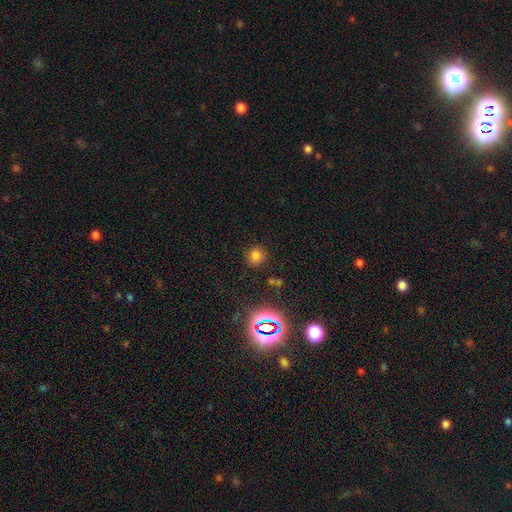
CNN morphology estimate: The model was most divided on "smooth or featured": smooth: 73%, star or artifact: 21%, featured or disk: 6%. More confident: how rounded — round (89%); merging — none (84%).